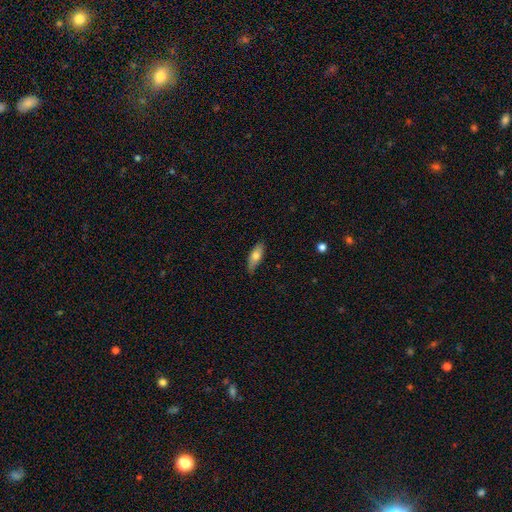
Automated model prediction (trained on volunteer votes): Overall: smooth (72%). How rounded: in between (64%; cigar-shaped 33%). Merging: none (82%).